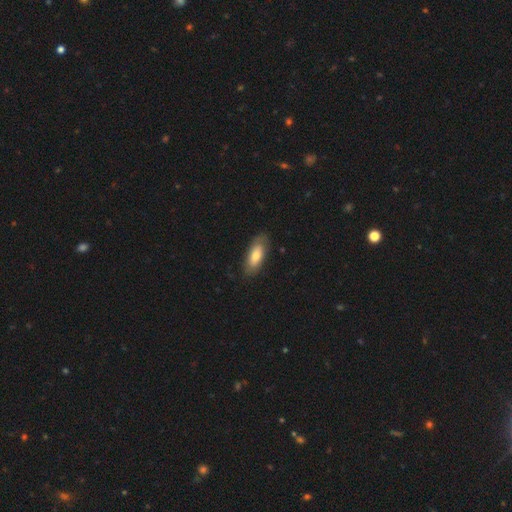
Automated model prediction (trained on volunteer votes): A smooth galaxy with no disk features (73%) that is in between round and cigar-shaped (81%).

Vote fractions:
- Smooth or featured? smooth: 73% / featured or disk: 21% / star or artifact: 6%
- How rounded? in between: 81% / cigar-shaped: 16% / round: 2%
- Merging? none: 80% / minor disturbance: 16% / major disturbance: 3% / merger: 1%